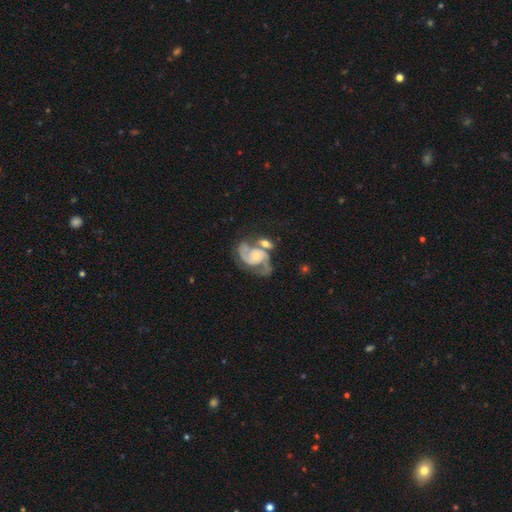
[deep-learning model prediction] Smooth or featured?
  - featured or disk: 88% *
  - smooth: 7%
  - star or artifact: 5%
Edge-on disk?
  - no: 98% *
  - yes: 2%
Bar?
  - no: 67% *
  - weak: 26%
  - strong: 7%
Spiral arms?
  - yes: 97% *
  - no: 3%
Spiral winding?
  - medium: 54% *
  - tight: 27%
  - loose: 19%
Spiral arm count?
  - 2: 85% *
  - can't tell: 5%
  - 3: 5%
  - 1: 3%
  - 4: 1%
  - more than 4: 1%
Bulge size?
  - small: 59% *
  - moderate: 33%
  - none: 3%
  - large: 3%
  - dominant: 1%
Merging?
  - none: 37% *
  - merger: 28%
  - minor disturbance: 18%
  - major disturbance: 17%